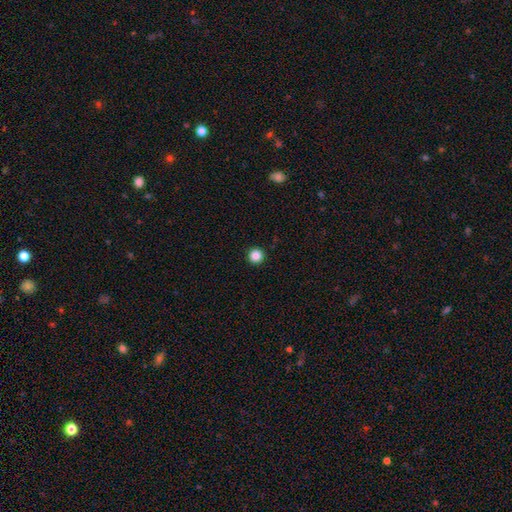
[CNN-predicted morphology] This is clearly a smooth galaxy (86%). How rounded: clearly round (97%). Merging: clearly none (94%).